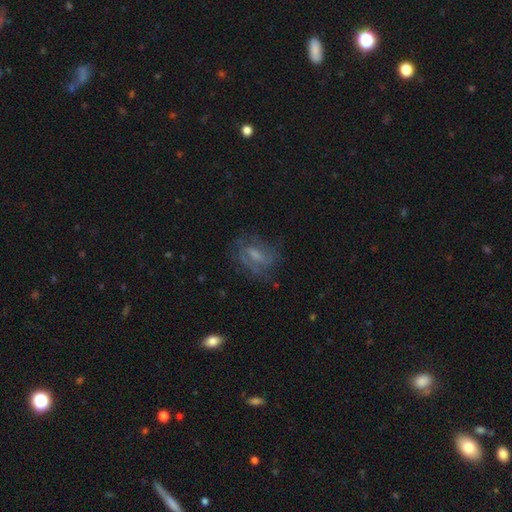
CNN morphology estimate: Smooth or featured?
  - featured or disk: 58% *
  - smooth: 29%
  - star or artifact: 13%
Edge-on disk?
  - no: 94% *
  - yes: 6%
Bar?
  - weak: 49% *
  - no: 32%
  - strong: 19%
Spiral arms?
  - yes: 74% *
  - no: 26%
Bulge size?
  - small: 35% *
  - moderate: 33%
  - none: 24%
  - large: 6%
  - dominant: 1%
Merging?
  - none: 62% *
  - minor disturbance: 20%
  - major disturbance: 16%
  - merger: 2%